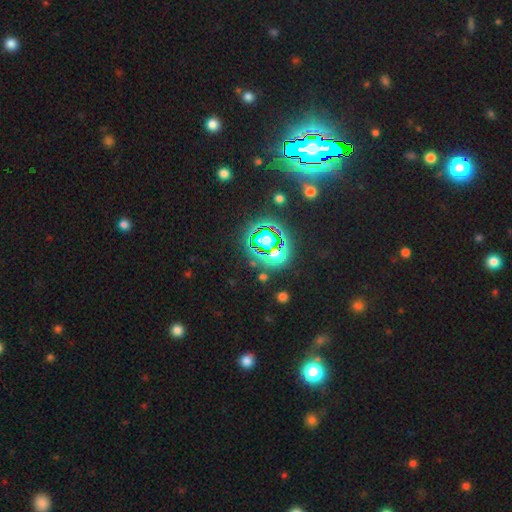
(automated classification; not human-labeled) star or artifact 79%, smooth 13%, featured or disk 8%.